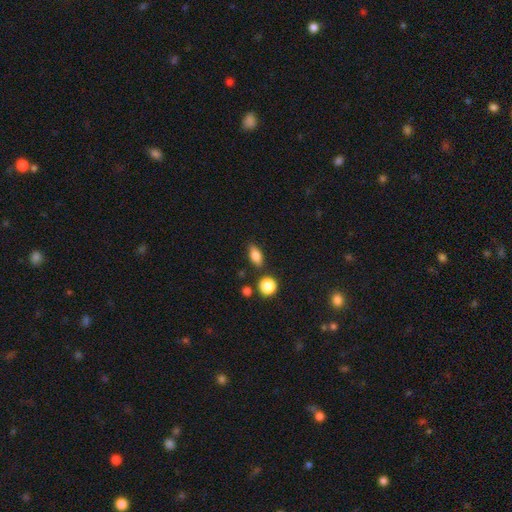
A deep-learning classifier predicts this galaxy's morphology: smooth_or_featured: smooth (p=0.79) [alt: featured or disk p=0.11]
how_rounded: in between (p=0.81) [alt: round p=0.10]
merging: none (p=0.83) [alt: minor disturbance p=0.11]